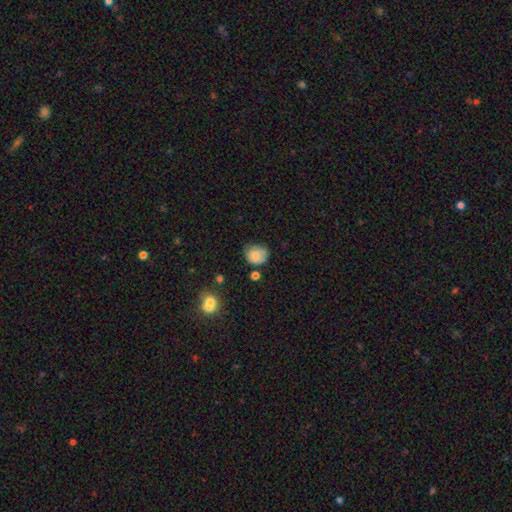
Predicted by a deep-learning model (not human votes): A smooth galaxy with no disk features (80%) that is round (73%).

Vote fractions:
- Smooth or featured? smooth: 80% / featured or disk: 11% / star or artifact: 9%
- How rounded? round: 73% / in between: 26% / cigar-shaped: 1%
- Merging? none: 59% / minor disturbance: 30% / major disturbance: 7% / merger: 4%